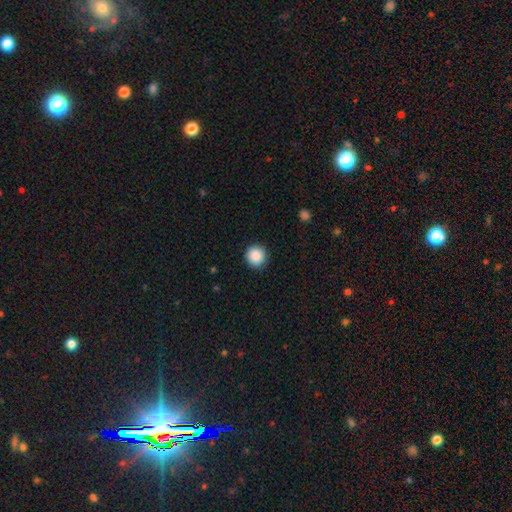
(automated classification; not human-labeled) The model was most divided on "smooth or featured": smooth: 88%, star or artifact: 9%, featured or disk: 3%. More confident: how rounded — round (95%); merging — none (92%).